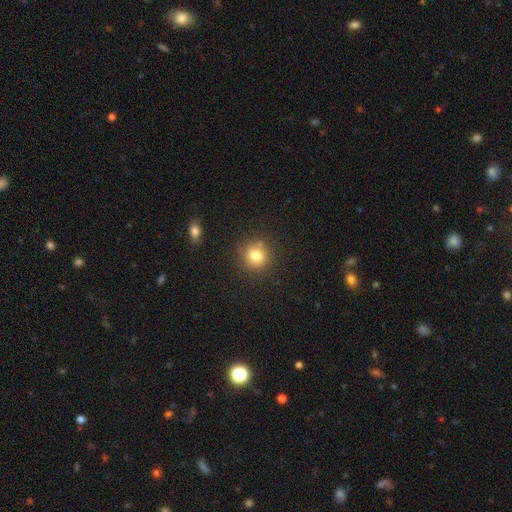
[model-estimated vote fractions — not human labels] The model was most divided on "smooth or featured": smooth: 80%, star or artifact: 12%, featured or disk: 8%. More confident: how rounded — round (91%); merging — none (82%).